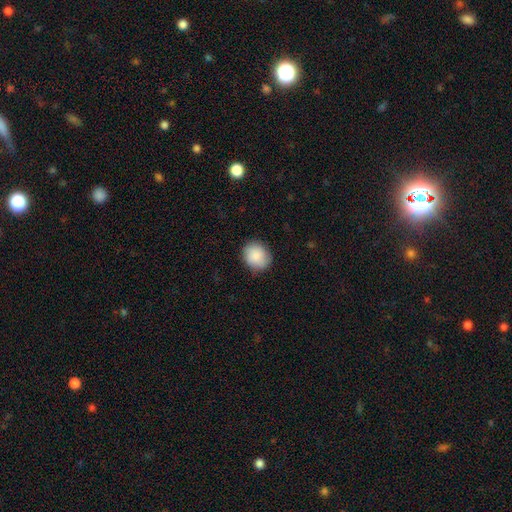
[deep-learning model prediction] This is clearly a smooth galaxy (85%). How rounded: likely round (73%). Merging: clearly none (83%).